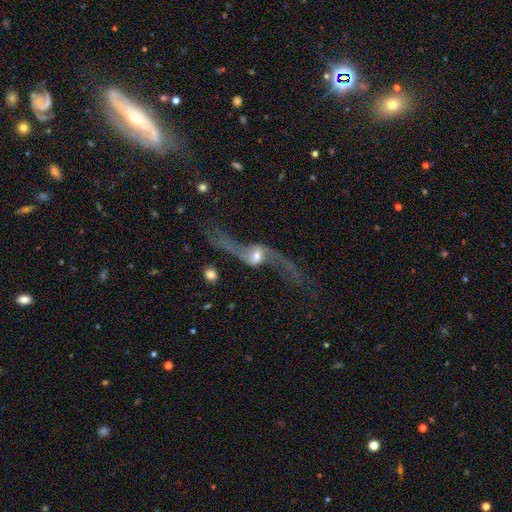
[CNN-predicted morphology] The model was most divided on "bar": weak: 42%, no: 34%, strong: 24%. Remaining: spiral winding — loose (94%); spiral arm count — 2 (94%); spiral arms — yes (89%); smooth or featured — featured or disk (84%); edge-on disk — no (82%); bulge size — moderate (57%); merging — none (48%).